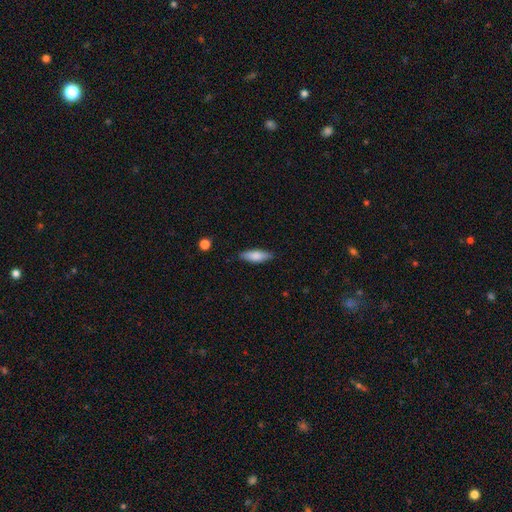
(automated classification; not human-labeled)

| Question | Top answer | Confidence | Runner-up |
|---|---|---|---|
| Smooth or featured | smooth | 78% | featured or disk (15%) |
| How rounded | in between | 61% | cigar-shaped (37%) |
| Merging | none | 84% | minor disturbance (13%) |